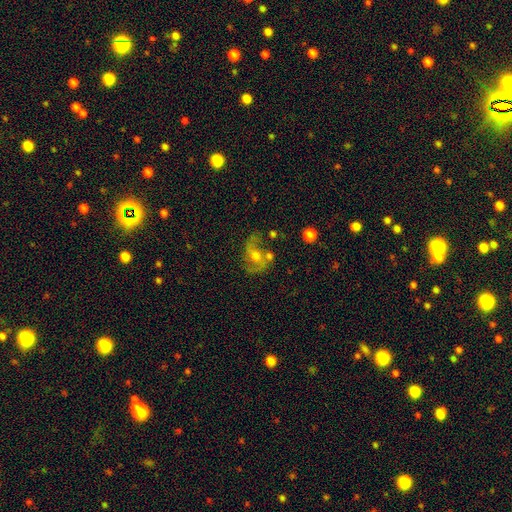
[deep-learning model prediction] Morphology: type=featured or disk (72%); edge-on=no (97%); bar=no (59%); spiral arms=yes (87%); winding=loose (45%); arm count=2 (84%); bulge=moderate (61%); merging=none (51%).